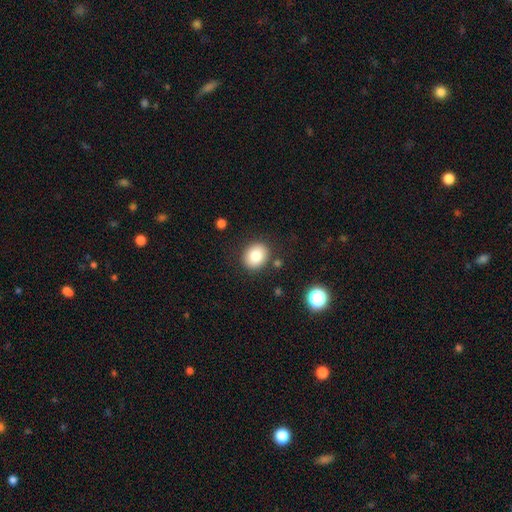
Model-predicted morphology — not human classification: Smooth or featured? smooth (83%)
How rounded? round (57%)
Merging? none (86%)